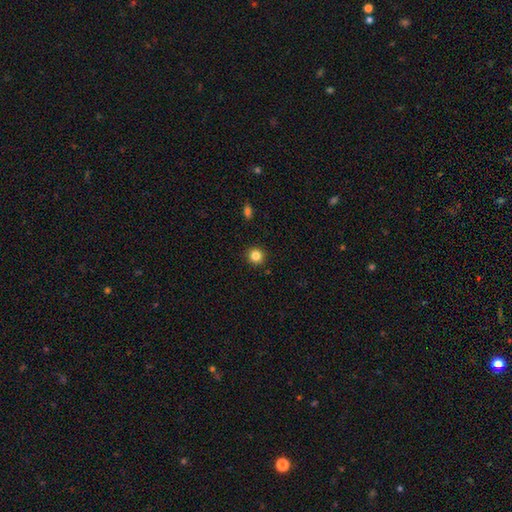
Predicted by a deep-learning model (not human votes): smooth_or_featured: smooth (p=0.84) [alt: star or artifact p=0.12]
how_rounded: round (p=0.94) [alt: in between p=0.05]
merging: none (p=0.92) [alt: minor disturbance p=0.05]